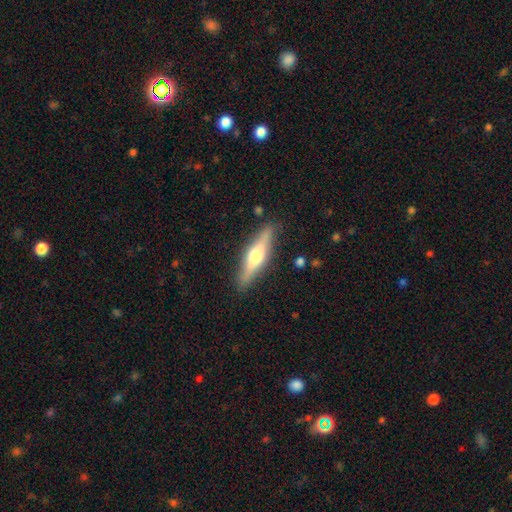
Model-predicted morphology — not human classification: Smooth or featured? featured or disk (58%)
Edge-on disk? yes (94%)
Edge-on bulge? rounded (90%)
Merging? none (87%)